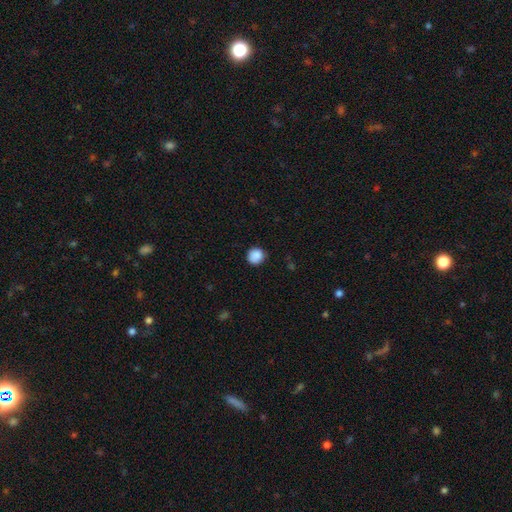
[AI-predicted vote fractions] Smooth or featured?
  - smooth: 88% *
  - star or artifact: 9%
  - featured or disk: 3%
How rounded?
  - round: 92% *
  - in between: 7%
  - cigar-shaped: 1%
Merging?
  - none: 85% *
  - minor disturbance: 11%
  - major disturbance: 2%
  - merger: 1%